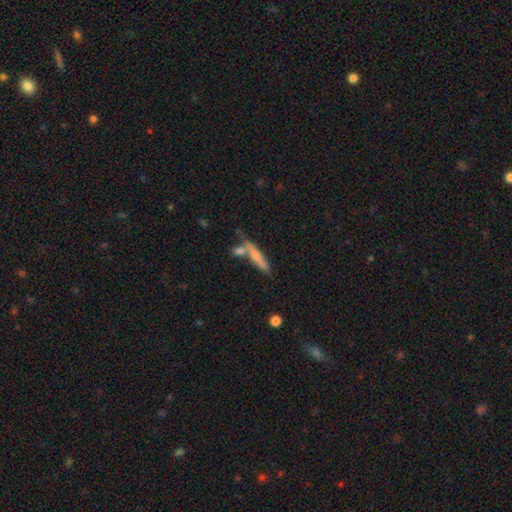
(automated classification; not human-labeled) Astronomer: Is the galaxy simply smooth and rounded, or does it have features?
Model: smooth — 60%.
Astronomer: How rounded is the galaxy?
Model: cigar-shaped — 88%.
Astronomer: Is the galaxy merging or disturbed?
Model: none — 56%.